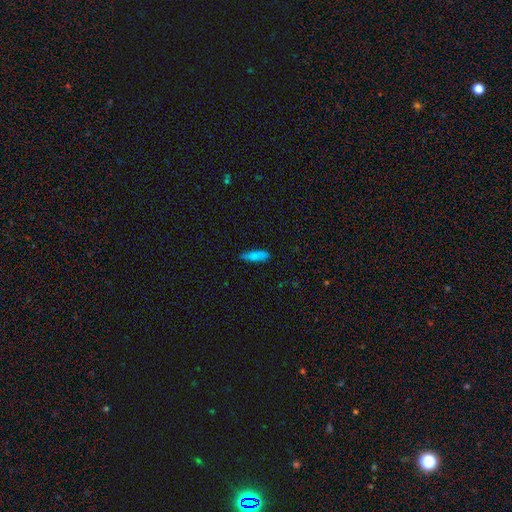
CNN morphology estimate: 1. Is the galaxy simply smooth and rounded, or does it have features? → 80% smooth, 12% featured or disk, 8% star or artifact.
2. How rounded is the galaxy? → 57% cigar-shaped, 41% in between, 2% round.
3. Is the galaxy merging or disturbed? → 74% none, 20% minor disturbance, 4% major disturbance, 2% merger.